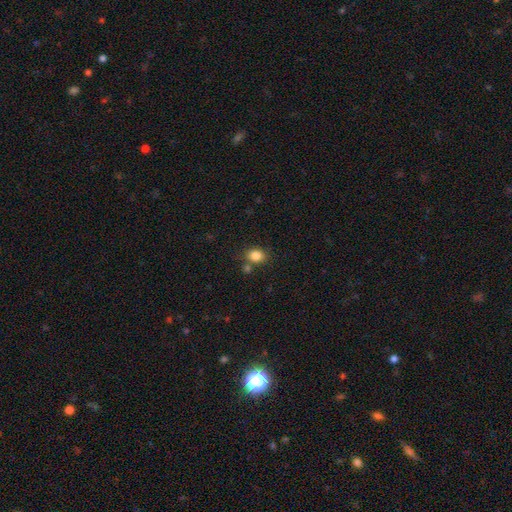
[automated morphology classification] Smooth or featured?
  - smooth: 84% *
  - star or artifact: 10%
  - featured or disk: 5%
How rounded?
  - in between: 53% *
  - round: 46%
  - cigar-shaped: 1%
Merging?
  - none: 70% *
  - merger: 14%
  - minor disturbance: 12%
  - major disturbance: 4%